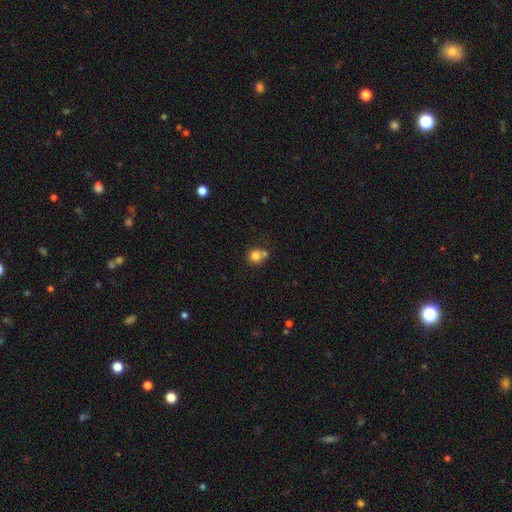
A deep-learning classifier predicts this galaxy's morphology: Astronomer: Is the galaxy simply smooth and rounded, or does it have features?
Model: smooth — 80%.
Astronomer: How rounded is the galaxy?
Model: round — 88%.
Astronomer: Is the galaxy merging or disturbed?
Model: none — 56%.